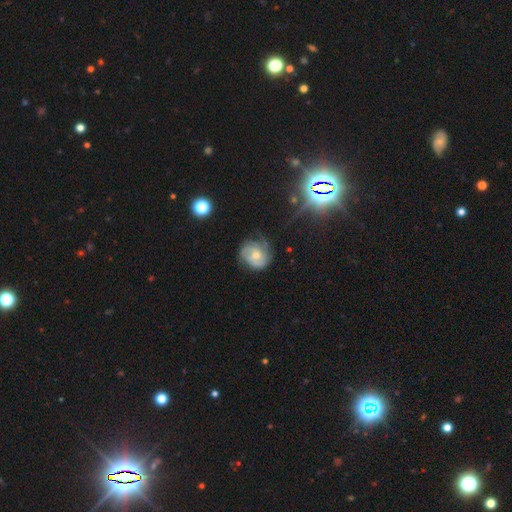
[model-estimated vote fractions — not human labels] Smooth or featured? featured or disk (67%)
Edge-on disk? no (97%)
Bar? no (73%)
Spiral arms? yes (88%)
Spiral winding? tight (52%)
Spiral arm count? 3 (30%)
Bulge size? moderate (52%)
Merging? none (63%)